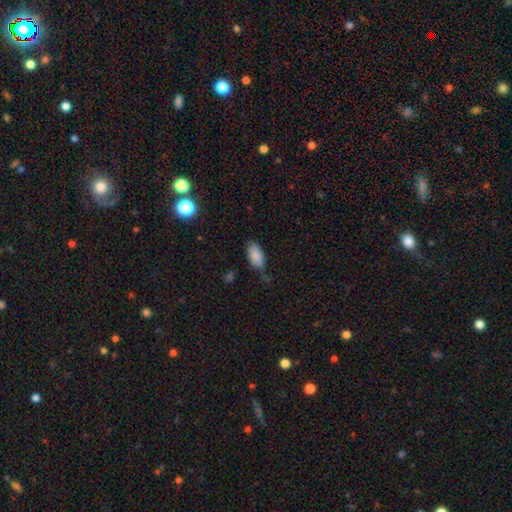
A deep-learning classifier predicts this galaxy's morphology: smooth_or_featured: smooth (p=0.87) [alt: star or artifact p=0.08]
how_rounded: in between (p=0.93) [alt: cigar-shaped p=0.04]
merging: none (p=0.63) [alt: minor disturbance p=0.26]